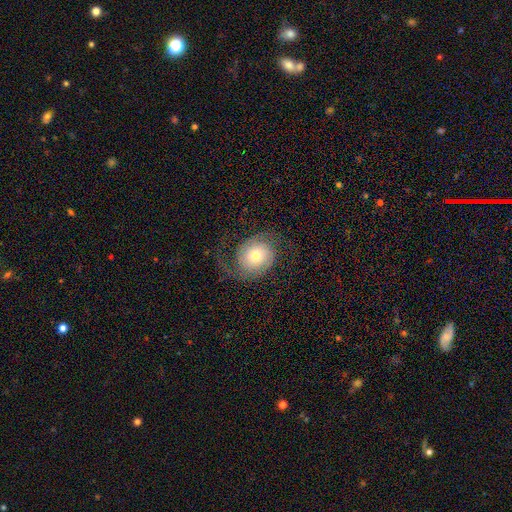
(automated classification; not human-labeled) This is likely a featured or disk galaxy (61%). It is clearly not viewed edge-on (97%). Bar: likely no (76%). Spiral arm pattern: clearly yes (90%). Spiral arm count: clearly 2 (85%). Spiral winding: possibly loose (50%). Central bulge: possibly moderate (57%). Merging: likely none (64%).